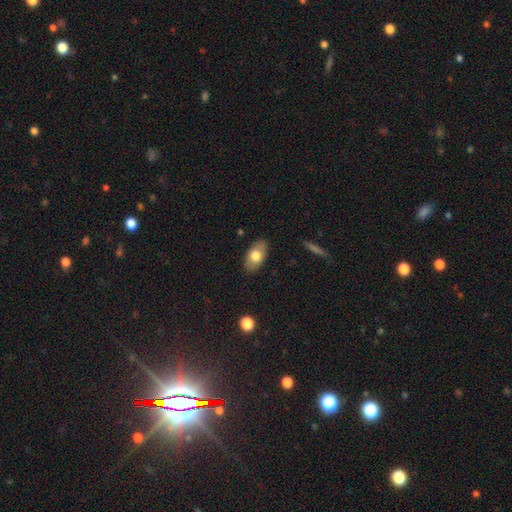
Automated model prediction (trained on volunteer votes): Smooth or featured?
  - smooth: 73% *
  - featured or disk: 21%
  - star or artifact: 7%
How rounded?
  - in between: 92% *
  - round: 6%
  - cigar-shaped: 2%
Merging?
  - none: 86% *
  - minor disturbance: 11%
  - major disturbance: 2%
  - merger: 1%